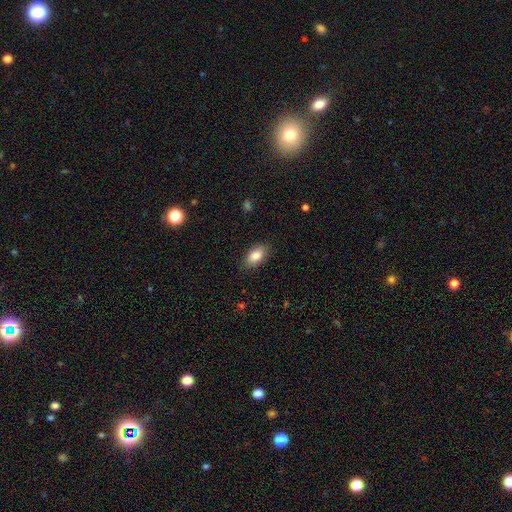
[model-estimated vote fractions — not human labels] Smooth or featured: smooth — 85% (featured or disk — 8%)
How rounded: in between — 92% (round — 5%)
Merging: none — 86% (minor disturbance — 10%)